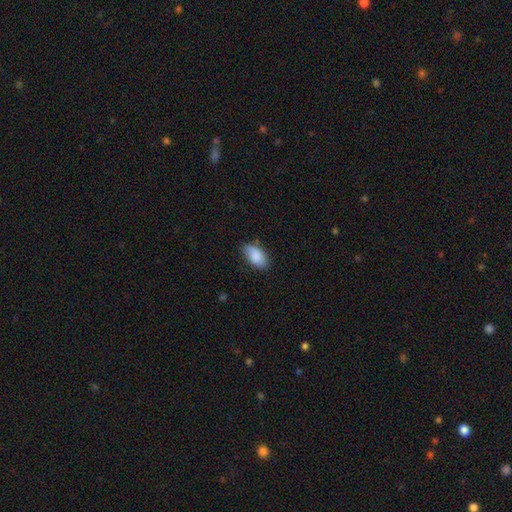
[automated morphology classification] Smooth or featured: smooth — 86% (featured or disk — 7%)
How rounded: in between — 93% (round — 4%)
Merging: none — 71% (minor disturbance — 23%)